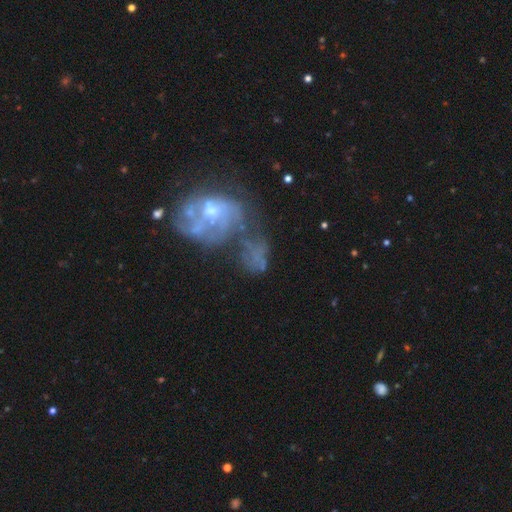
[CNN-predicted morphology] type=featured or disk (62%); edge-on=no (97%); bar=no (82%); spiral arms=no (66%); bulge=none (36%); merging=merger (38%).